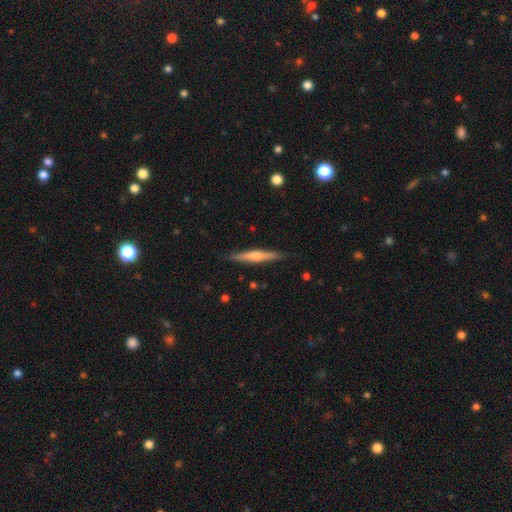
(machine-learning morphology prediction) type=featured or disk (59%); edge-on=yes (97%); edge-on bulge=rounded (77%); merging=none (89%).